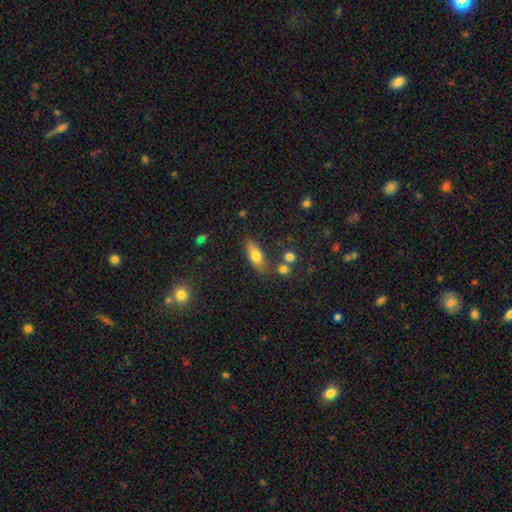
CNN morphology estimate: A smooth galaxy with no disk features (75%) that is in between round and cigar-shaped (79%). Merging: none (72%).